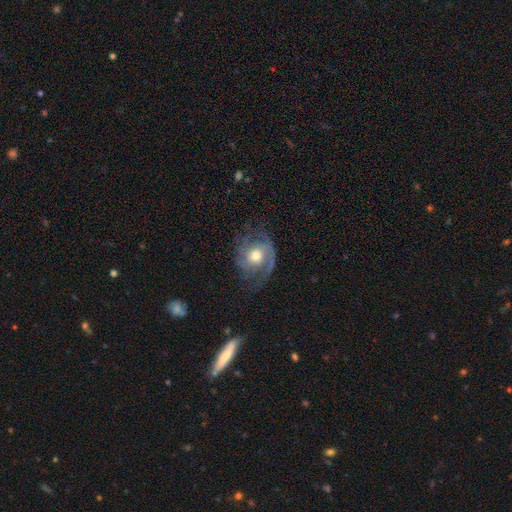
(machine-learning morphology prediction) The model was most divided on "spiral winding": medium: 44%, tight: 34%, loose: 21%. More confident: edge-on disk — no (97%); spiral arms — yes (93%); smooth or featured — featured or disk (79%); bulge size — moderate (72%); bar — no (71%); merging — none (62%); spiral arm count — 2 (57%).